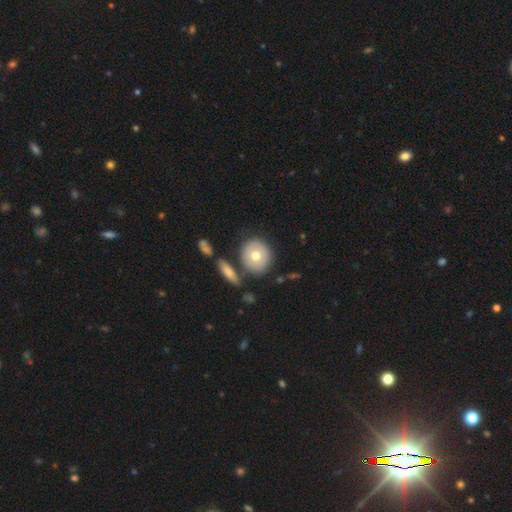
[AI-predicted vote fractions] smooth-or-featured: smooth: 63% | featured or disk: 30% | star or artifact: 6%
  how-rounded: round: 82% | in between: 17% | cigar-shaped: 1%
  merging: none: 73% | minor disturbance: 12% | merger: 11% | major disturbance: 4%